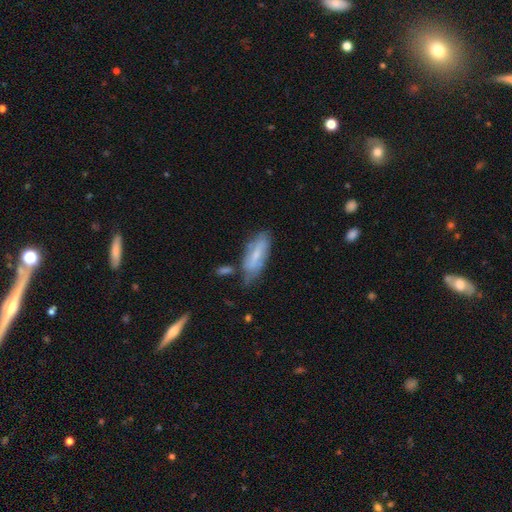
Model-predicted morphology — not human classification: A featured or disk galaxy (48%).

Vote fractions:
- Smooth or featured? featured or disk: 48% / smooth: 45% / star or artifact: 7%
- Merging? none: 56% / minor disturbance: 28% / major disturbance: 8% / merger: 7%